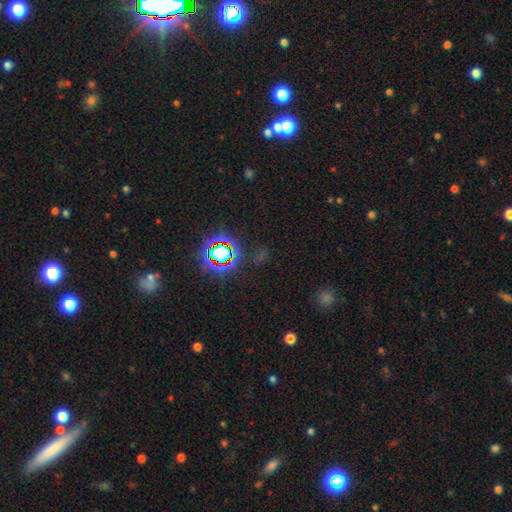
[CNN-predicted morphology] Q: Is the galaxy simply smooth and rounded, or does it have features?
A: star or artifact — 75%.